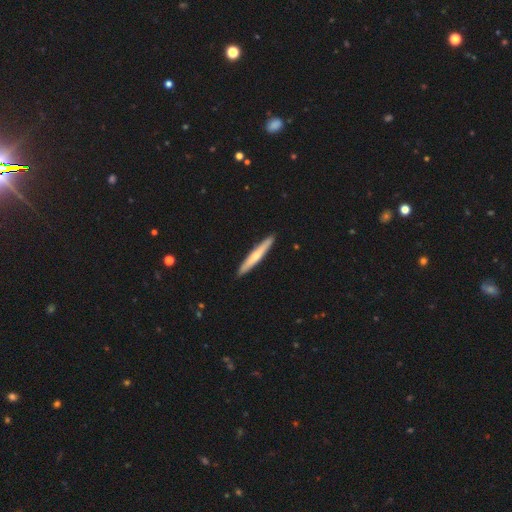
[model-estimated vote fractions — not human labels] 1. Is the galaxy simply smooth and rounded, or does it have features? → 51% smooth, 45% featured or disk, 5% star or artifact.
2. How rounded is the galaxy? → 95% cigar-shaped, 4% in between, 1% round.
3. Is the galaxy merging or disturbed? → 92% none, 6% minor disturbance, 1% major disturbance, 1% merger.